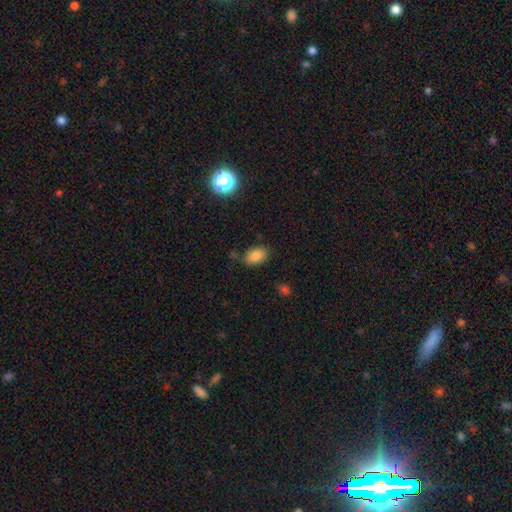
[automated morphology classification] type=smooth (84%); roundness=in between (88%); merging=none (77%).